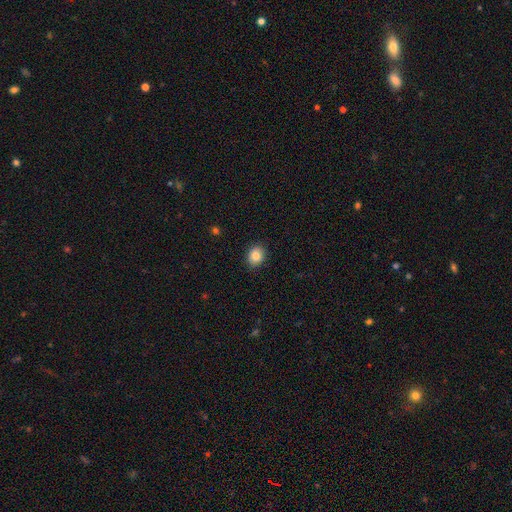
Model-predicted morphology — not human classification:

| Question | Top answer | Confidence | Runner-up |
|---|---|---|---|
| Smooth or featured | smooth | 84% | star or artifact (9%) |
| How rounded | round | 51% | in between (48%) |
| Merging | none | 87% | minor disturbance (10%) |